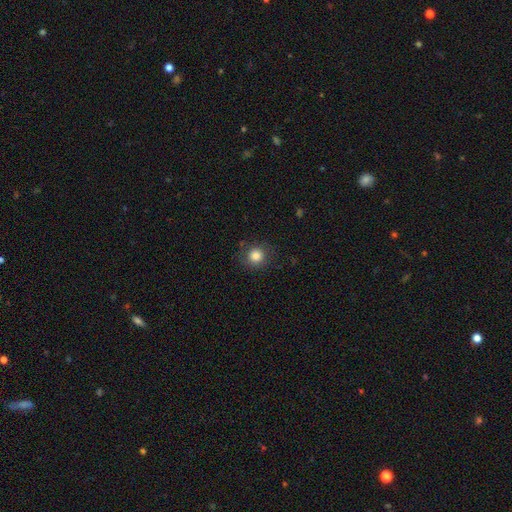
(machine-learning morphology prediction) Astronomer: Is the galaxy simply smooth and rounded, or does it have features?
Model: smooth — 84%.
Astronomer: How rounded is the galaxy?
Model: round — 89%.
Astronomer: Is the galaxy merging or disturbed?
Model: none — 83%.